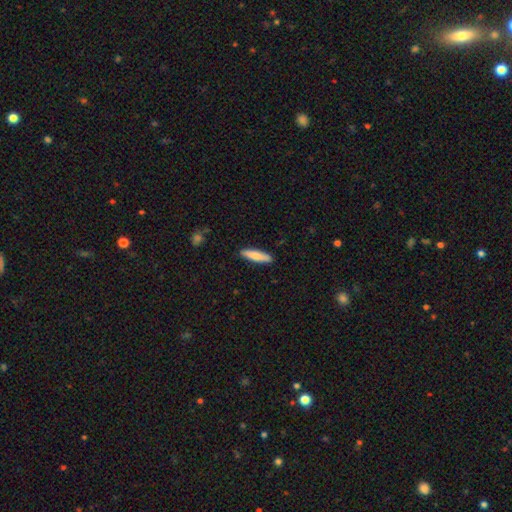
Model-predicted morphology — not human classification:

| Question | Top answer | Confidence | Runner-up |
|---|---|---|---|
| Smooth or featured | smooth | 78% | featured or disk (17%) |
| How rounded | cigar-shaped | 78% | in between (21%) |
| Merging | none | 89% | minor disturbance (8%) |